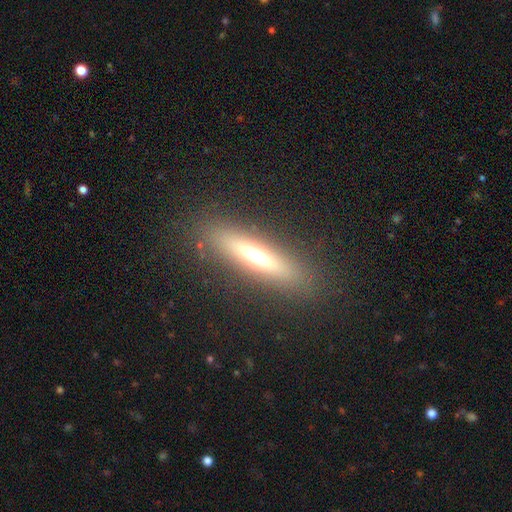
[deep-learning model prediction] smooth 48%, featured or disk 42%, star or artifact 10%. Down the decision tree: merging — none (87%).